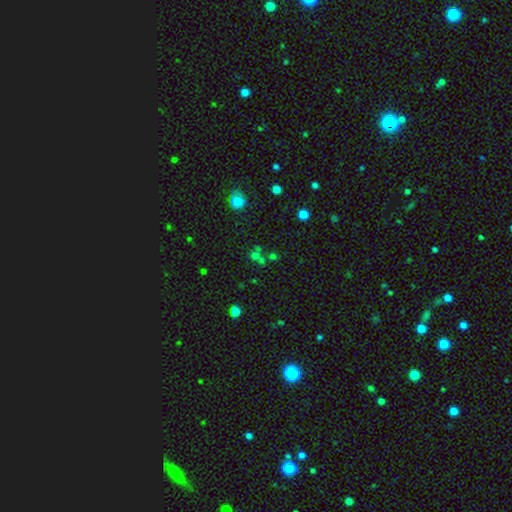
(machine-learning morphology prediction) smooth-or-featured: smooth: 54% | star or artifact: 33% | featured or disk: 13%
  how-rounded: round: 83% | in between: 15% | cigar-shaped: 1%
  merging: none: 53% | merger: 33% | minor disturbance: 8% | major disturbance: 5%